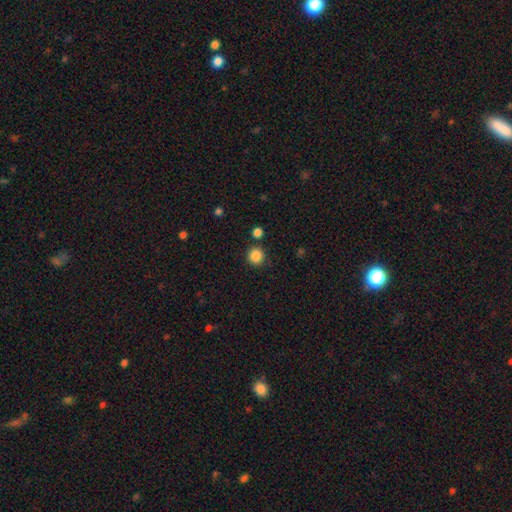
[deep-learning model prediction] A smooth galaxy with no disk features (86%) that is round (91%).

Vote fractions:
- Smooth or featured? smooth: 86% / star or artifact: 11% / featured or disk: 3%
- How rounded? round: 91% / in between: 8% / cigar-shaped: 1%
- Merging? none: 86% / minor disturbance: 7% / merger: 5% / major disturbance: 3%